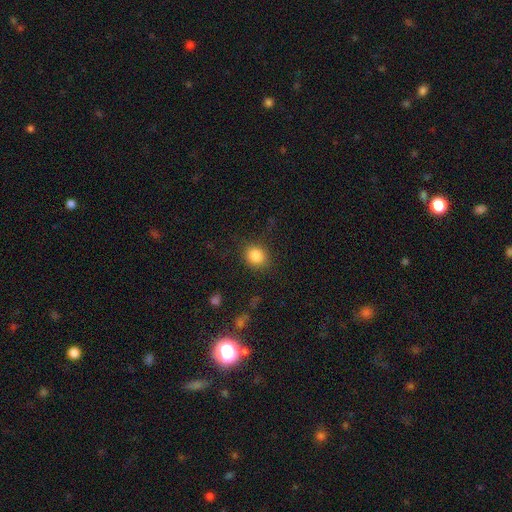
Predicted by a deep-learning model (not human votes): Q: Smooth or featured?
A: smooth (86%); runner-up: star or artifact (10%)
Q: How rounded?
A: round (73%); runner-up: in between (26%)
Q: Merging?
A: none (85%); runner-up: minor disturbance (10%)